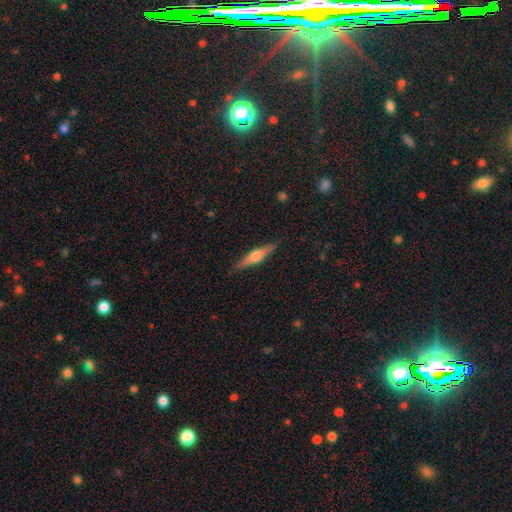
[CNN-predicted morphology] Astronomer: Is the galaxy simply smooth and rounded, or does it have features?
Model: featured or disk — 65%.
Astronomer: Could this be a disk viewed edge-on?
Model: yes — 97%.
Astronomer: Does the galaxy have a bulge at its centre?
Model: rounded — 89%.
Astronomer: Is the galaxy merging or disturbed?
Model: none — 88%.